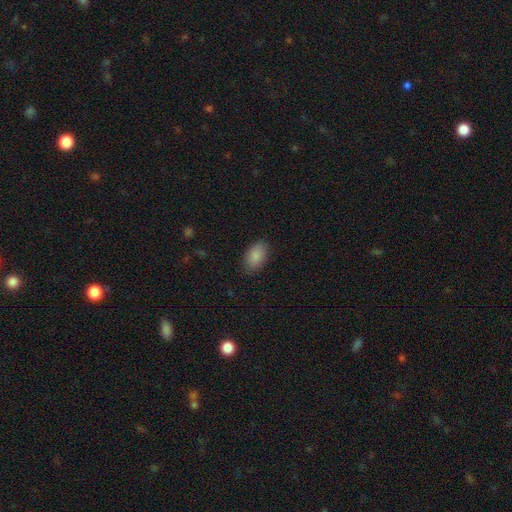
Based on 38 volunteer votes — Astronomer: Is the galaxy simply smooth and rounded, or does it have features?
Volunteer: smooth — 97%.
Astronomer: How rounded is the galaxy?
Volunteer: in between — 95%.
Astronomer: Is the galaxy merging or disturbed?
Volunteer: none — 70%.